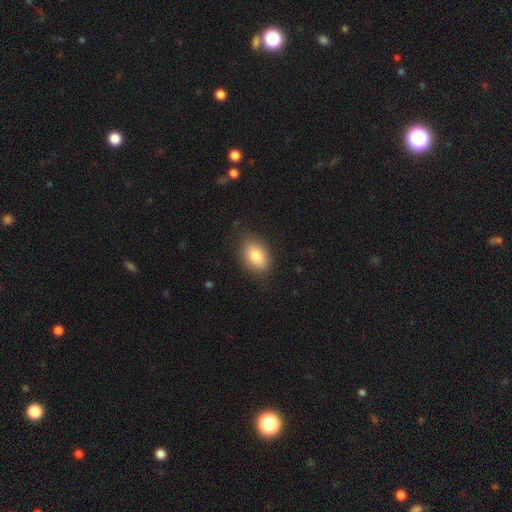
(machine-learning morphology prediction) The model was most divided on "merging": none: 81%, minor disturbance: 14%, major disturbance: 3%, merger: 1%. More confident: how rounded — in between (89%); smooth or featured — smooth (84%).